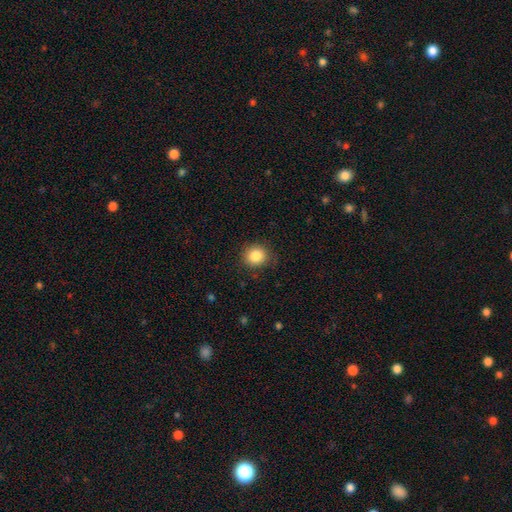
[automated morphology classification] type=smooth (85%); roundness=round (84%); merging=none (85%).